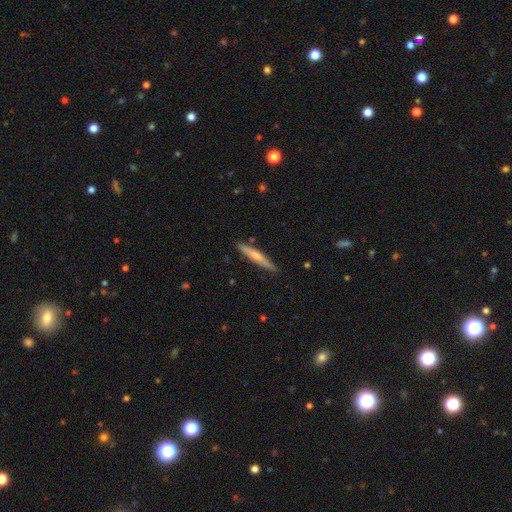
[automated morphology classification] Smooth or featured? Predicted: smooth (p=0.50). How rounded? Predicted: cigar-shaped (p=0.93). Merging? Predicted: none (p=0.87).